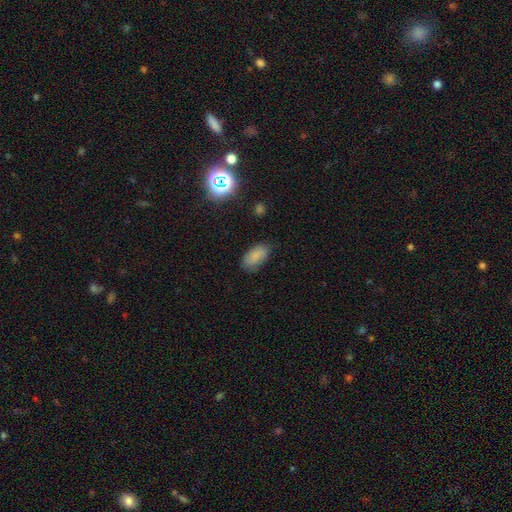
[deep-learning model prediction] Smooth or featured?
  - smooth: 81% *
  - star or artifact: 11%
  - featured or disk: 8%
How rounded?
  - in between: 93% *
  - round: 4%
  - cigar-shaped: 3%
Merging?
  - none: 79% *
  - minor disturbance: 16%
  - major disturbance: 4%
  - merger: 1%